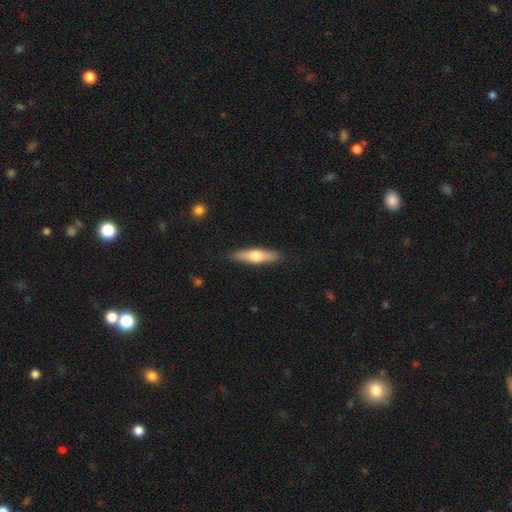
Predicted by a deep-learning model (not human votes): Smooth or featured: smooth — 55% (featured or disk — 40%)
How rounded: cigar-shaped — 71% (in between — 27%)
Merging: none — 88% (minor disturbance — 9%)